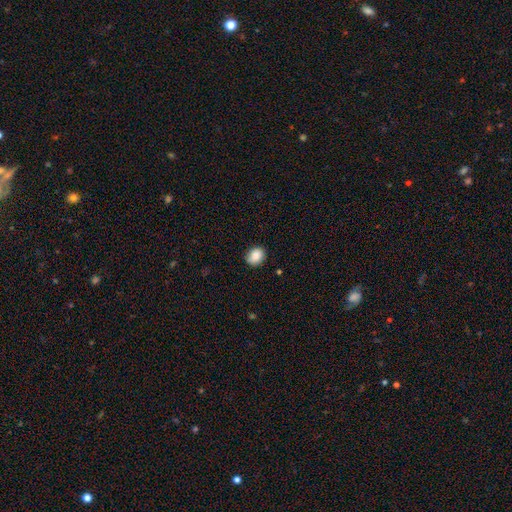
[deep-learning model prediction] A smooth galaxy with no disk features (87%) that is round (53%).

Vote fractions:
- Smooth or featured? smooth: 87% / star or artifact: 8% / featured or disk: 5%
- How rounded? round: 53% / in between: 46% / cigar-shaped: 1%
- Merging? none: 83% / minor disturbance: 14% / major disturbance: 3% / merger: 1%